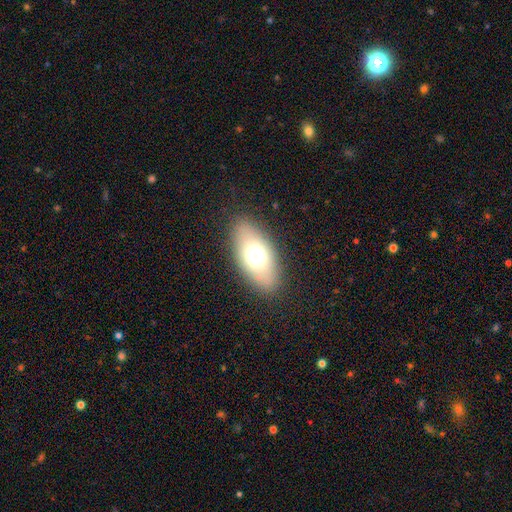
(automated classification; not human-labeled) smooth_or_featured: smooth (p=0.66) [alt: featured or disk p=0.22]
how_rounded: in between (p=0.87) [alt: round p=0.08]
merging: none (p=0.85) [alt: minor disturbance p=0.10]